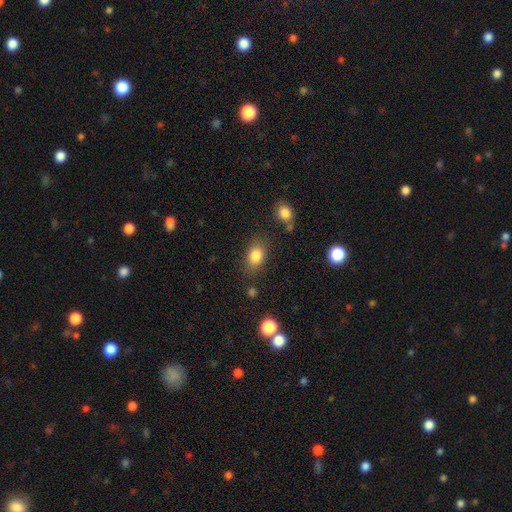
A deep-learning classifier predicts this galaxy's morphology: A smooth galaxy with no disk features (84%) that is in between round and cigar-shaped (75%).

Vote fractions:
- Smooth or featured? smooth: 84% / star or artifact: 9% / featured or disk: 7%
- How rounded? in between: 75% / round: 23% / cigar-shaped: 2%
- Merging? none: 75% / minor disturbance: 15% / major disturbance: 5% / merger: 4%